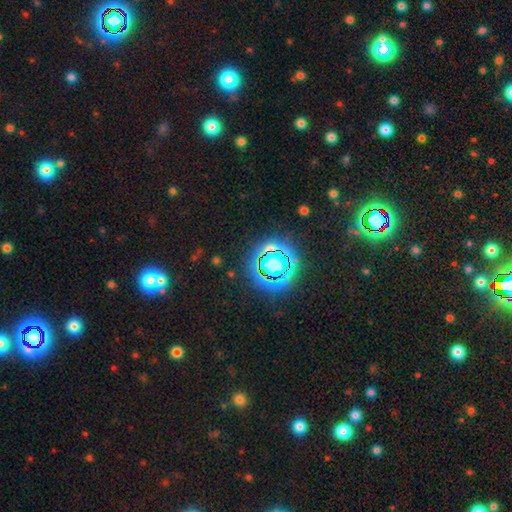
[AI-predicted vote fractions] A star or artifact, not a galaxy (82%).